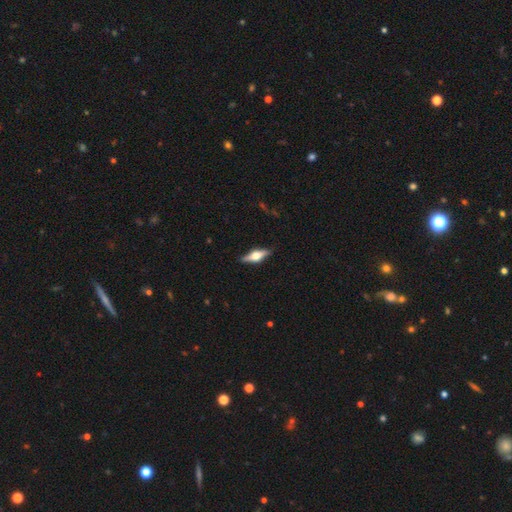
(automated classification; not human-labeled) This is likely a featured or disk galaxy (70%). It is clearly viewed edge-on (96%). Edge-on bulge: clearly rounded (94%). Merging: clearly none (87%).